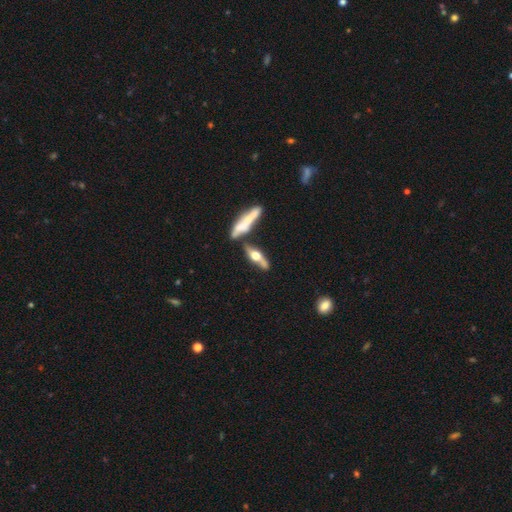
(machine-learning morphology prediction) A featured or disk galaxy (66%) viewed edge-on (85%) with a rounded central bulge (93%). Merging: none (58%).